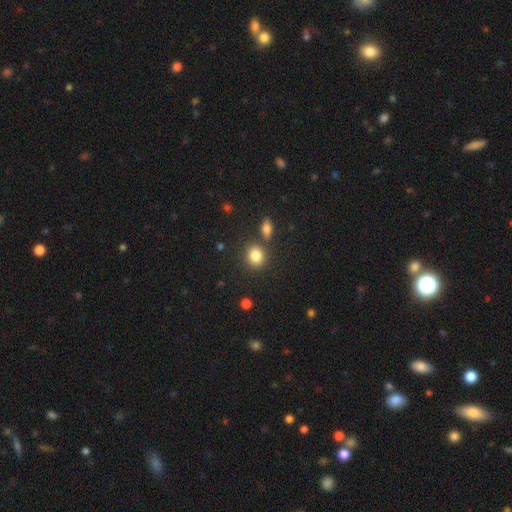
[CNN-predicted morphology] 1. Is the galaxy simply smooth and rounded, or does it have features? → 84% smooth, 10% star or artifact, 6% featured or disk.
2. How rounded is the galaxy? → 74% round, 25% in between, 1% cigar-shaped.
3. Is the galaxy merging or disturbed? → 76% none, 12% merger, 9% minor disturbance, 3% major disturbance.